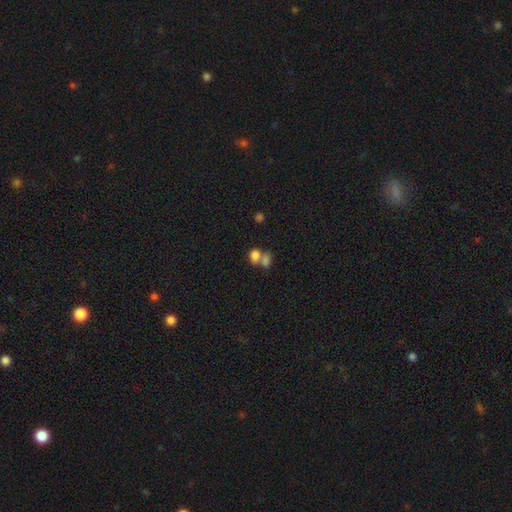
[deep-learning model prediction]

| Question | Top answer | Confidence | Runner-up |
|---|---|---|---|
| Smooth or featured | smooth | 79% | featured or disk (10%) |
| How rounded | in between | 64% | round (34%) |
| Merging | merger | 62% | none (26%) |